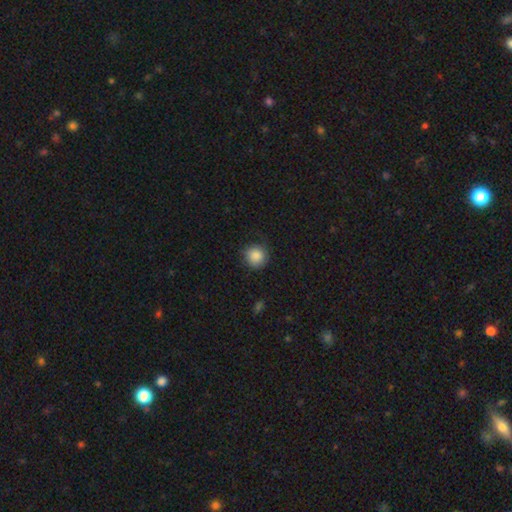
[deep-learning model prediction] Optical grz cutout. It shows a smooth galaxy with no disk features (86%) that is round (93%). Merging: none (82%).